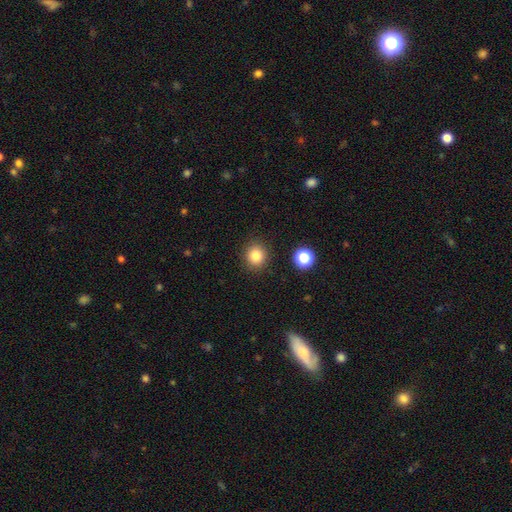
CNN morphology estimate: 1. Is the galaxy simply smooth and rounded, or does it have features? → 83% smooth, 12% star or artifact, 5% featured or disk.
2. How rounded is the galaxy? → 87% round, 12% in between, 1% cigar-shaped.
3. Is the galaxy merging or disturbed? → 89% none, 7% minor disturbance, 2% major disturbance, 2% merger.